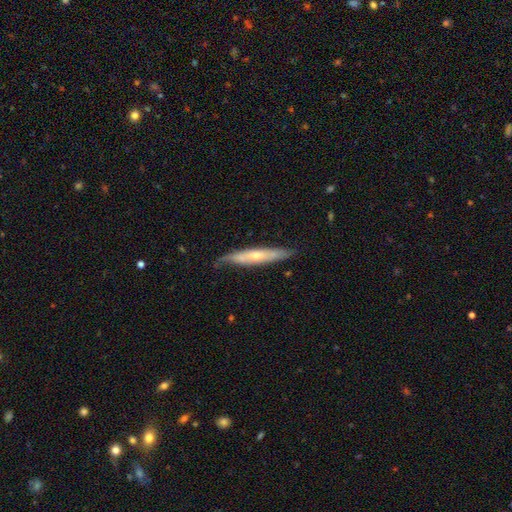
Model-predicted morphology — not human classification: A featured or disk galaxy (57%) viewed edge-on (75%). Merging: none (72%).